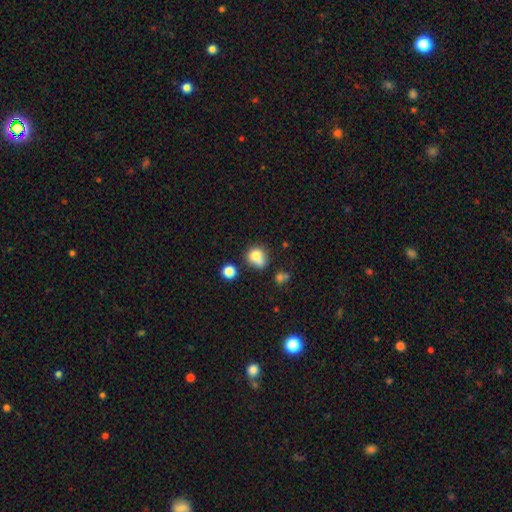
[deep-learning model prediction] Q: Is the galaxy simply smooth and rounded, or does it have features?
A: smooth — 76%.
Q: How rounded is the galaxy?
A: round — 75%.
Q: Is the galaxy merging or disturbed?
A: none — 44%.